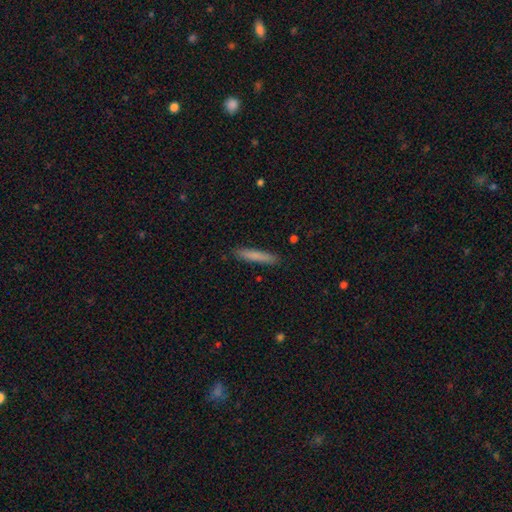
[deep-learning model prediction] The model was most divided on "smooth or featured": smooth: 79%, featured or disk: 14%, star or artifact: 6%. More confident: how rounded — cigar-shaped (93%); merging — none (89%).